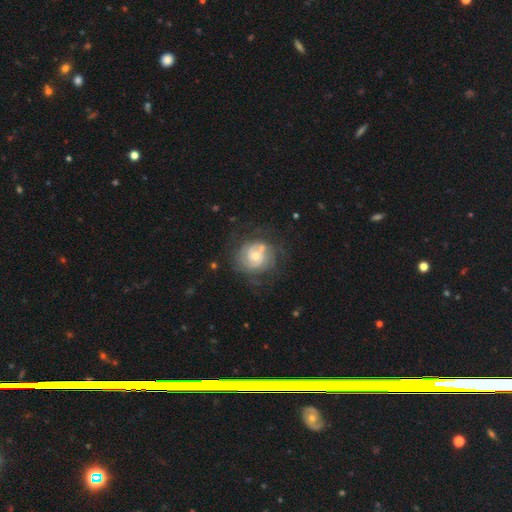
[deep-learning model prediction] smooth-or-featured: featured or disk: 71% | smooth: 22% | star or artifact: 7%
  disk-edge-on: no: 98% | yes: 2%
    bar: no: 74% | weak: 22% | strong: 4%
    has-spiral-arms: yes: 83% | no: 17%
      spiral-winding: tight: 66% | medium: 25% | loose: 9%
      spiral-arm-count: can't tell: 46% | 2: 26% | 3: 13% | 4: 6% | 1: 5% | more than 4: 4%
    bulge-size: moderate: 49% | small: 41% | large: 6% | none: 2% | dominant: 1%
  merging: none: 63% | minor disturbance: 18% | major disturbance: 13% | merger: 5%